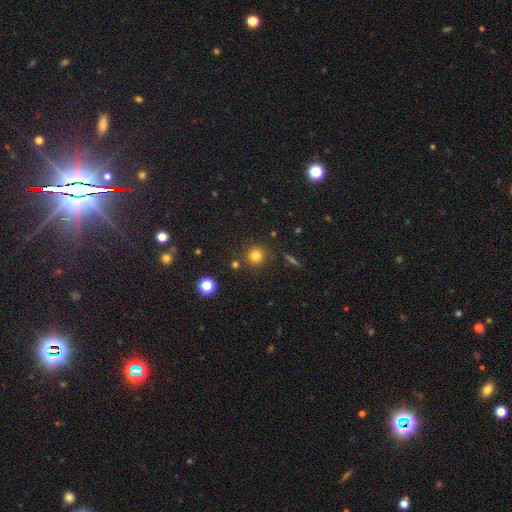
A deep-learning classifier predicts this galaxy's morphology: This is likely a smooth galaxy (79%). How rounded: clearly round (92%). Merging: clearly none (85%).